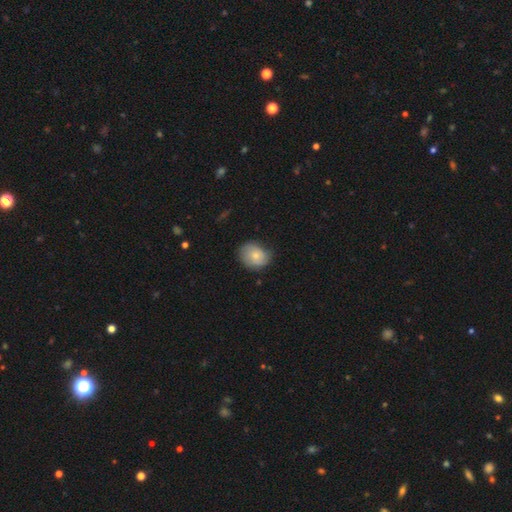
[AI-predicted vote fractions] Smooth or featured: smooth — 72% (featured or disk — 21%)
How rounded: round — 65% (in between — 35%)
Merging: none — 62% (minor disturbance — 30%)